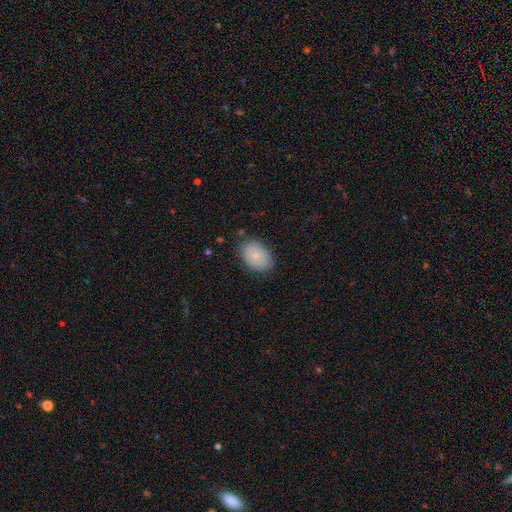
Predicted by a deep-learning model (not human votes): Morphology: type=smooth (81%); roundness=in between (84%); merging=none (81%).